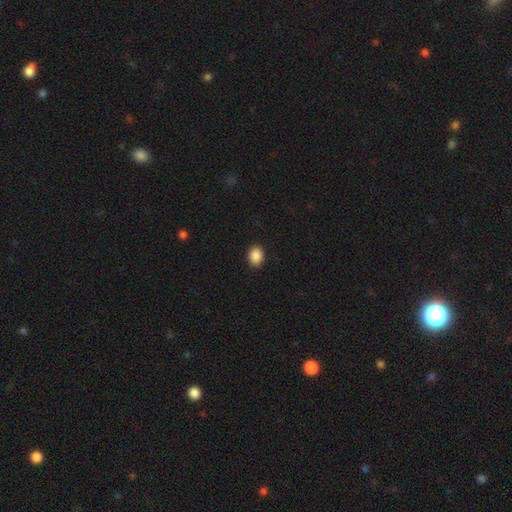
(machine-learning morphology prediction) This appears to be a smooth galaxy with no disk features (89%) that is in between round and cigar-shaped (63%). Merging: none (90%).